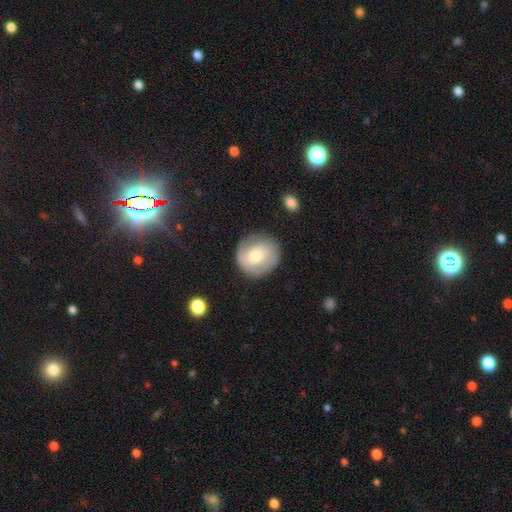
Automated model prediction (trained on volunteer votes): Smooth or featured?
  - smooth: 47% *
  - featured or disk: 46%
  - star or artifact: 7%
Merging?
  - none: 79% *
  - minor disturbance: 14%
  - major disturbance: 5%
  - merger: 2%